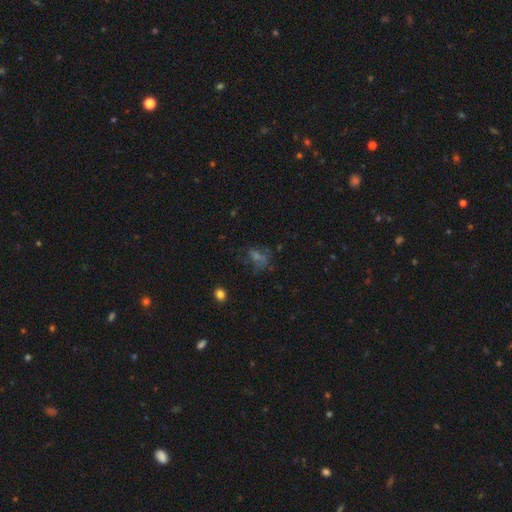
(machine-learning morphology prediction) Q: Smooth or featured?
A: smooth (36%); runner-up: star or artifact (35%)
Q: Merging?
A: none (52%); runner-up: major disturbance (23%)